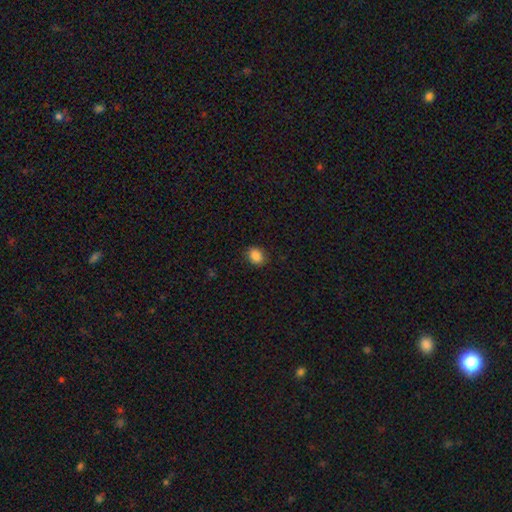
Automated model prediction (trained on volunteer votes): smooth-or-featured: smooth: 88% | star or artifact: 9% | featured or disk: 3%
  how-rounded: in between: 56% | round: 43% | cigar-shaped: 1%
  merging: none: 86% | minor disturbance: 10% | major disturbance: 3% | merger: 1%